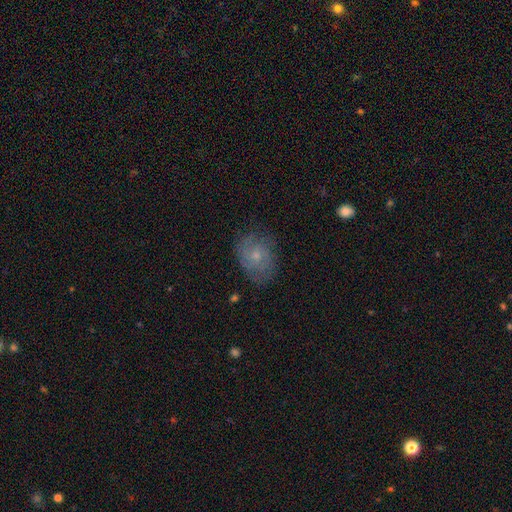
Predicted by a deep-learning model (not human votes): Smooth or featured?
  - featured or disk: 56% *
  - smooth: 35%
  - star or artifact: 9%
Edge-on disk?
  - no: 97% *
  - yes: 3%
Bar?
  - no: 77% *
  - weak: 21%
  - strong: 2%
Spiral arms?
  - yes: 84% *
  - no: 16%
Bulge size?
  - small: 59% *
  - moderate: 34%
  - none: 4%
  - large: 2%
  - dominant: 1%
Merging?
  - none: 72% *
  - minor disturbance: 20%
  - major disturbance: 7%
  - merger: 1%